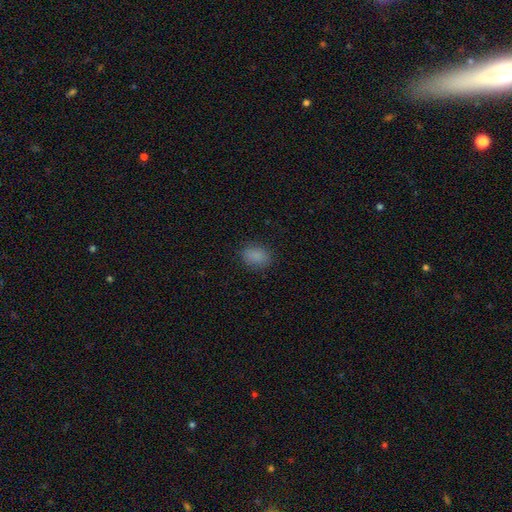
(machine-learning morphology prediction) This is clearly a smooth galaxy (86%). How rounded: likely in between (71%). Merging: clearly none (85%).